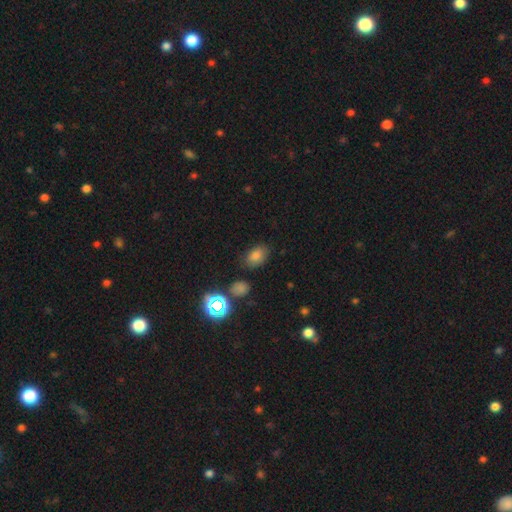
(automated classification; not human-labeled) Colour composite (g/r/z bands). It shows a smooth galaxy with no disk features (74%) that is in between round and cigar-shaped (78%). Merging: none (76%).